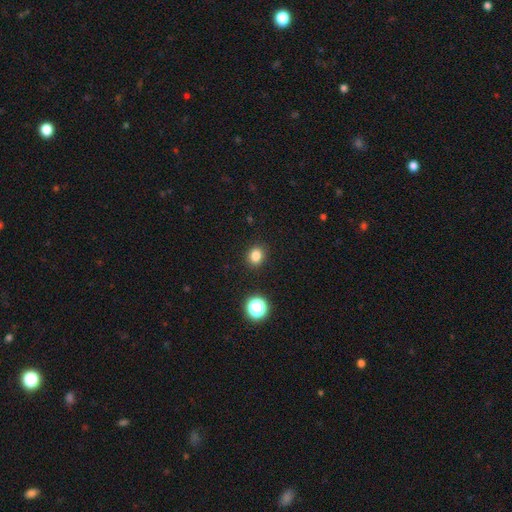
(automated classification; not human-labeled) Smooth or featured? Predicted: smooth (p=0.82). How rounded? Predicted: round (p=0.69). Merging? Predicted: none (p=0.90).